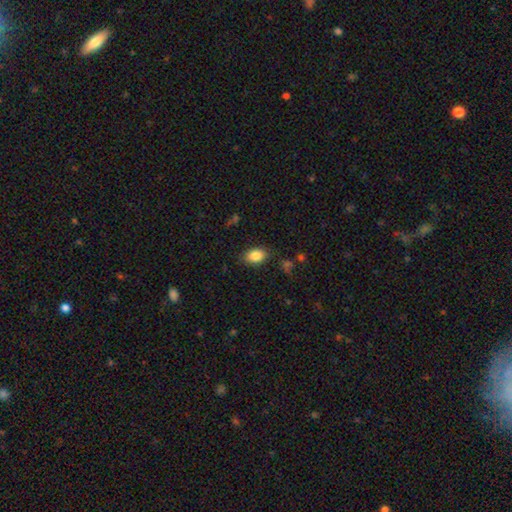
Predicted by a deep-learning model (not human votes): smooth 85%, star or artifact 8%, featured or disk 7%. Down the decision tree: how rounded — in between (84%); merging — none (84%).